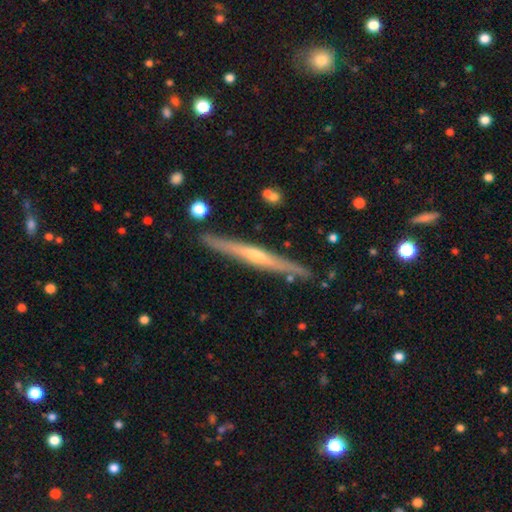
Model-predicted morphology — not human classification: This appears to be a featured or disk galaxy (71%) viewed edge-on (96%) with a rounded central bulge (67%). Merging: none (85%).